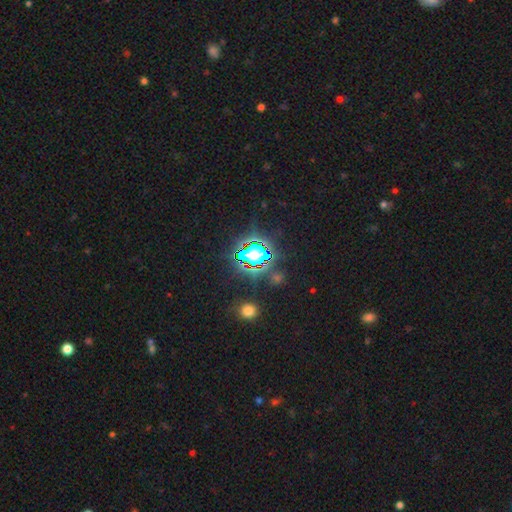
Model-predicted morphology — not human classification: A star or artifact, not a galaxy (71%).

Vote fractions:
- Smooth or featured? star or artifact: 71% / smooth: 18% / featured or disk: 11%